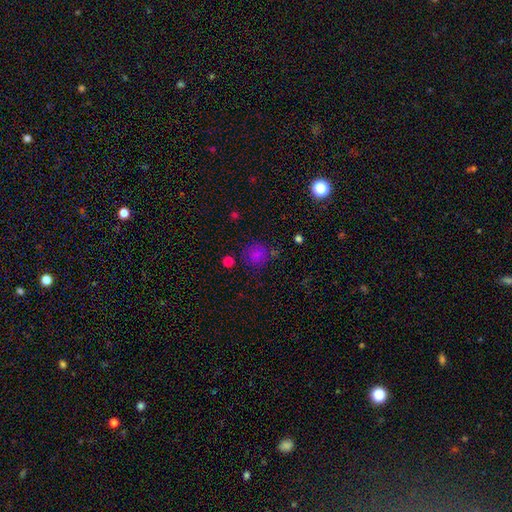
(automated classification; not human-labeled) A smooth galaxy with no disk features (71%) that is round (88%).

Vote fractions:
- Smooth or featured? smooth: 71% / star or artifact: 22% / featured or disk: 7%
- How rounded? round: 88% / in between: 11% / cigar-shaped: 1%
- Merging? none: 74% / minor disturbance: 14% / merger: 6% / major disturbance: 5%